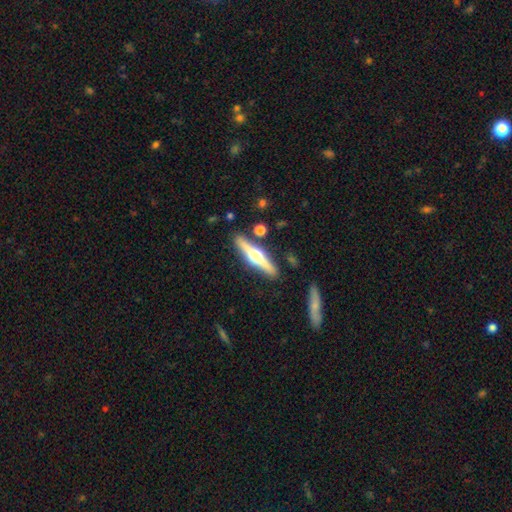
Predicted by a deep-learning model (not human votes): smooth_or_featured: featured or disk (p=0.73) [alt: smooth p=0.22]
disk_edge_on: yes (p=0.97) [alt: no p=0.03]
edge_on_bulge: rounded (p=0.96) [alt: boxy p=0.03]
merging: none (p=0.88) [alt: minor disturbance p=0.08]